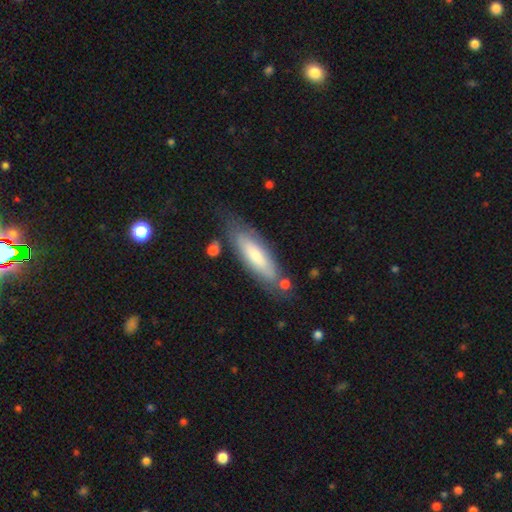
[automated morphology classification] smooth 62%, featured or disk 32%, star or artifact 6%. Down the decision tree: how rounded — cigar-shaped (55%); merging — none (70%).